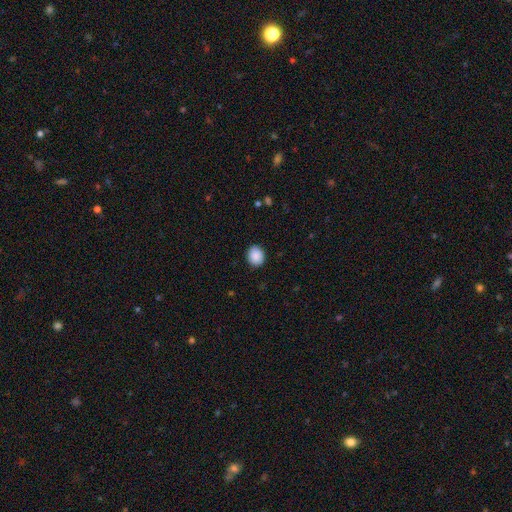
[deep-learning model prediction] smooth 90%, star or artifact 8%, featured or disk 3%. Down the decision tree: how rounded — round (66%); merging — none (89%).